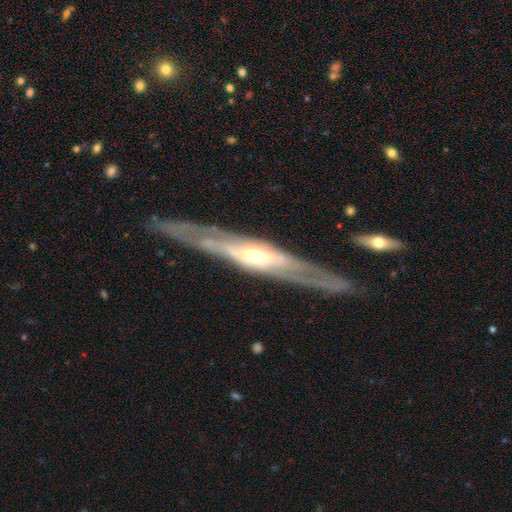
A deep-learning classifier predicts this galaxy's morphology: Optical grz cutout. It shows a featured or disk galaxy (82%) viewed edge-on (71%) with a rounded central bulge (76%). Merging: none (78%).